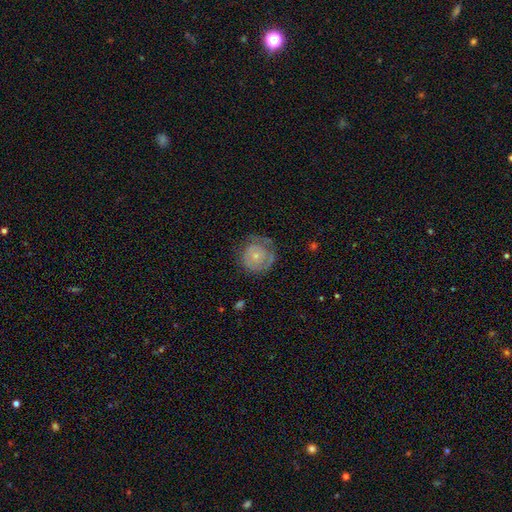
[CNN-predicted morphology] A featured or disk galaxy (48%). Merging: none (60%).